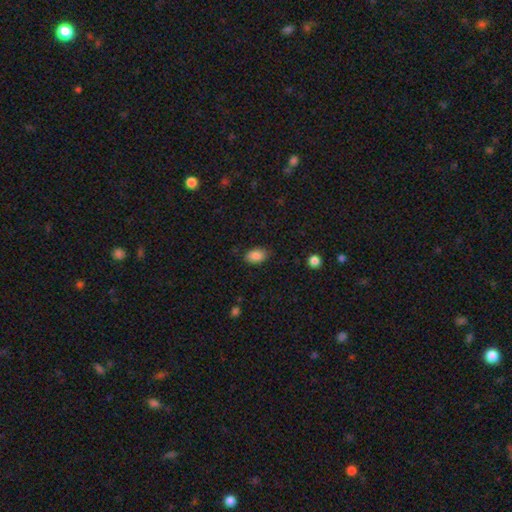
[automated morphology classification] Q: Smooth or featured?
A: smooth (86%); runner-up: star or artifact (8%)
Q: How rounded?
A: in between (90%); runner-up: round (8%)
Q: Merging?
A: none (84%); runner-up: minor disturbance (13%)